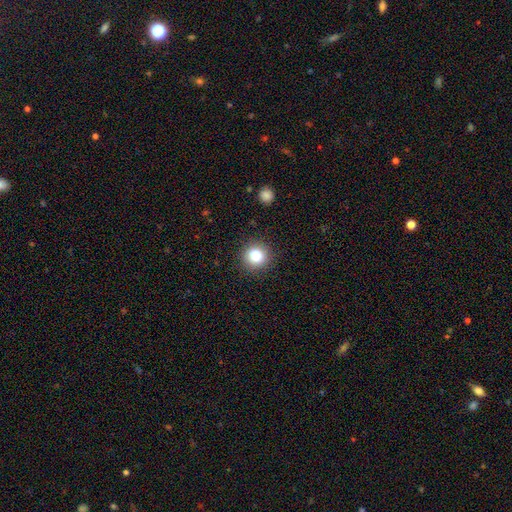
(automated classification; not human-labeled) smooth_or_featured: smooth (p=0.83) [alt: star or artifact p=0.11]
how_rounded: round (p=0.92) [alt: in between p=0.07]
merging: none (p=0.90) [alt: minor disturbance p=0.07]